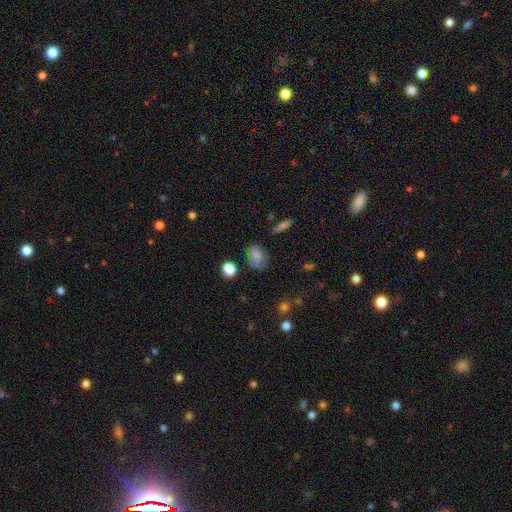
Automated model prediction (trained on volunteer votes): Smooth or featured? smooth (68%)
How rounded? in between (61%)
Merging? none (60%)